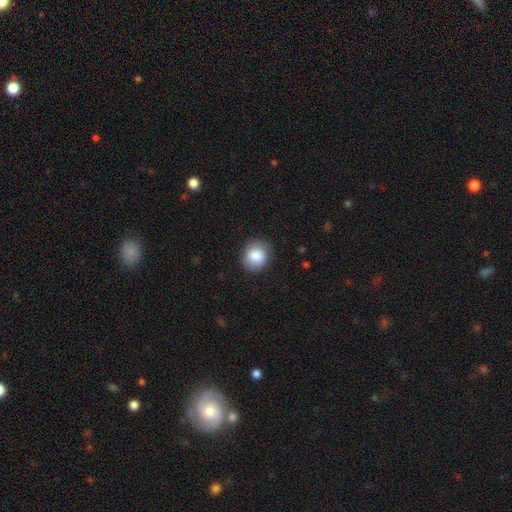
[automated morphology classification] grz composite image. It shows a smooth galaxy with no disk features (85%) that is round (70%). Merging: none (85%).